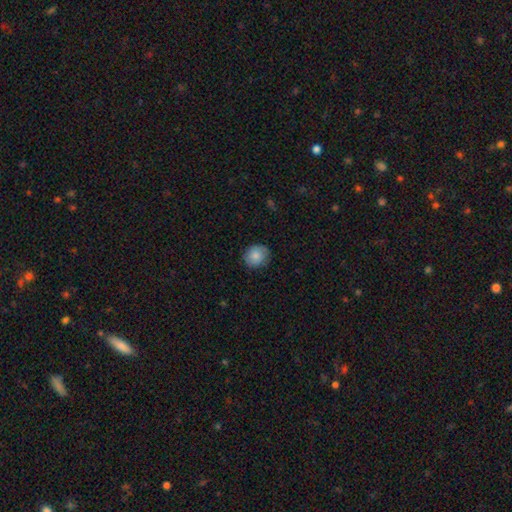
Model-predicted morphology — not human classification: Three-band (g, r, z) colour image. It shows a smooth galaxy with no disk features (82%) that is round (77%). Merging: none (82%).